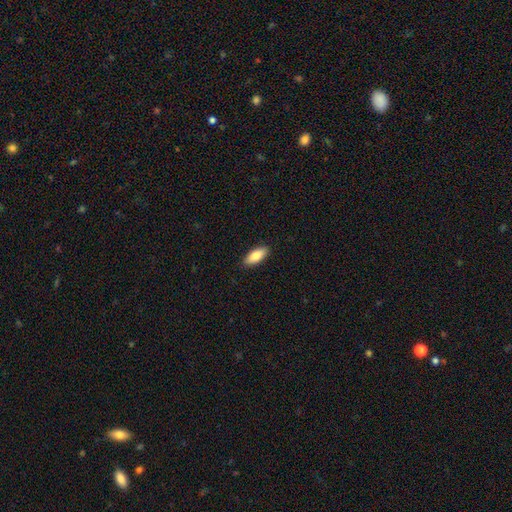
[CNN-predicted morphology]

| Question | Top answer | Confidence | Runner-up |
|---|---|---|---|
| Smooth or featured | smooth | 82% | featured or disk (12%) |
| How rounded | in between | 80% | cigar-shaped (18%) |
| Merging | none | 90% | minor disturbance (8%) |